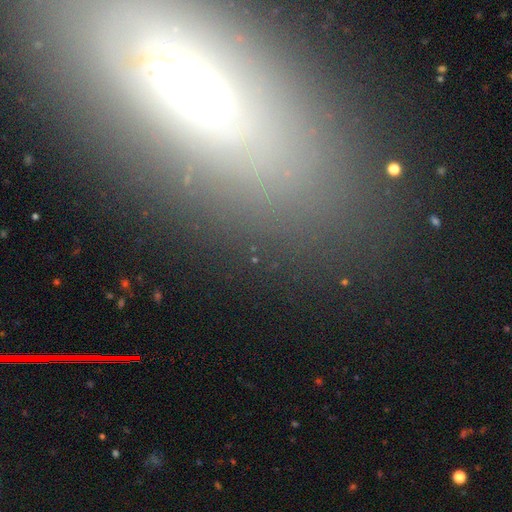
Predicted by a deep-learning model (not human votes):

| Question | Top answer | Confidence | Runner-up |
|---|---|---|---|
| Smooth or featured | star or artifact | 45% | smooth (32%) |